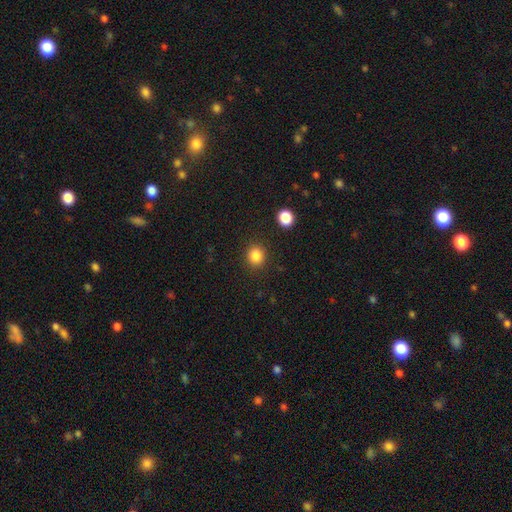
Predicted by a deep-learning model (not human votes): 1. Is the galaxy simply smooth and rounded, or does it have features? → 85% smooth, 11% star or artifact, 4% featured or disk.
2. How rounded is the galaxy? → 82% round, 17% in between, 1% cigar-shaped.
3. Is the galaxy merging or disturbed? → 89% none, 7% minor disturbance, 3% major disturbance, 2% merger.